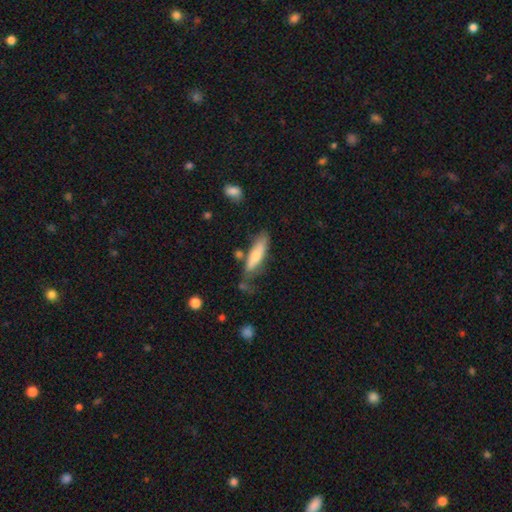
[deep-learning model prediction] Morphology: type=smooth (69%); roundness=cigar-shaped (62%); merging=none (55%).